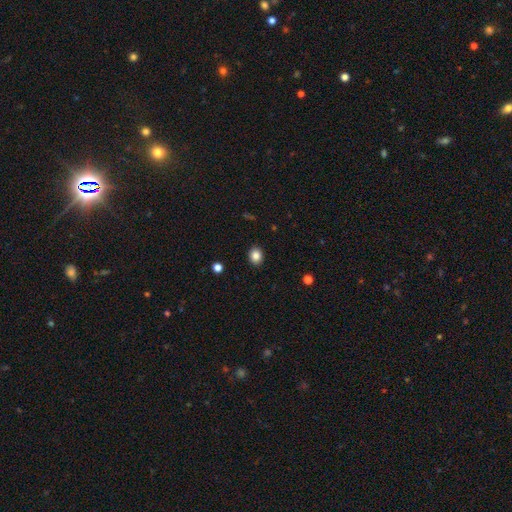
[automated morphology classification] A smooth galaxy with no disk features (86%) that is round (57%).

Vote fractions:
- Smooth or featured? smooth: 86% / star or artifact: 10% / featured or disk: 4%
- How rounded? round: 57% / in between: 42% / cigar-shaped: 1%
- Merging? none: 90% / minor disturbance: 7% / major disturbance: 2% / merger: 1%